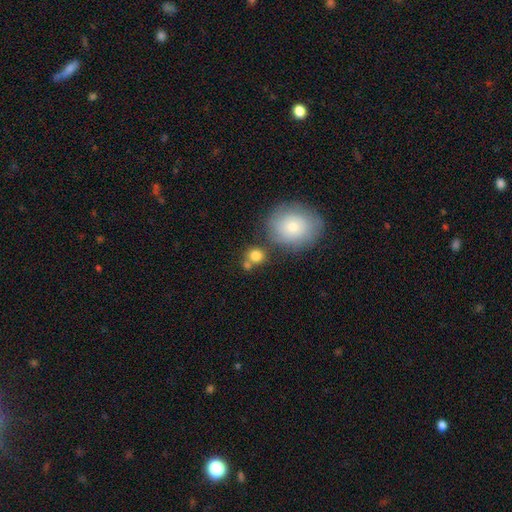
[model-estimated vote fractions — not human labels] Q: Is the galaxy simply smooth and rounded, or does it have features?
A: smooth — 80%.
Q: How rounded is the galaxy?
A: round — 84%.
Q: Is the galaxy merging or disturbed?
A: none — 62%.